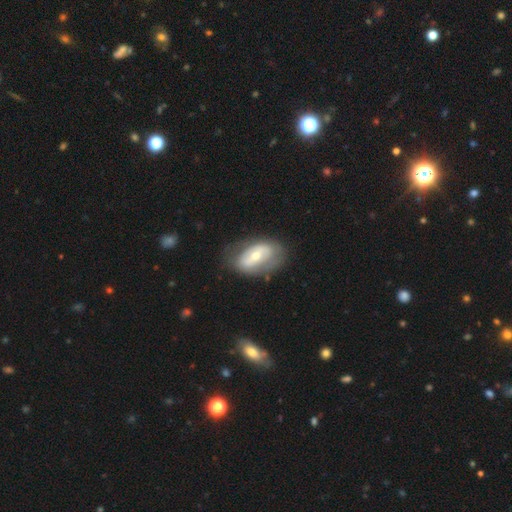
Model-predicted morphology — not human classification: A featured or disk galaxy (56%) with no bar (39%), no spiral arms (62%) and a moderate central bulge (55%). Merging: none (67%).